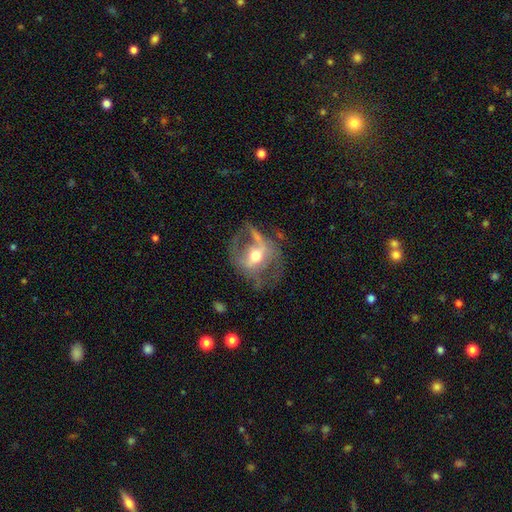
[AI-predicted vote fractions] Smooth or featured? featured or disk (74%)
Edge-on disk? no (92%)
Bar? strong (42%)
Spiral arms? yes (58%)
Bulge size? moderate (74%)
Merging? none (49%)